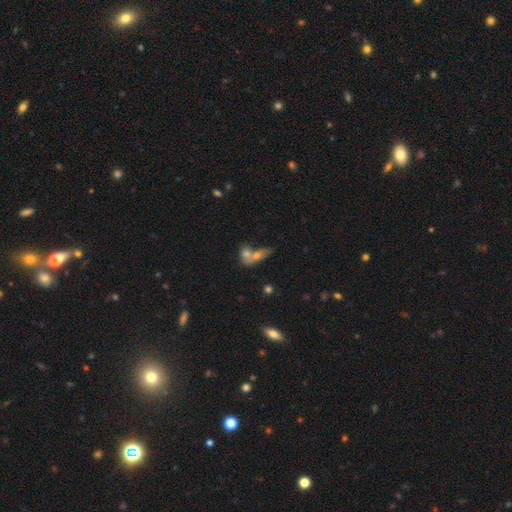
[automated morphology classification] Smooth or featured?
  - smooth: 51% *
  - featured or disk: 26%
  - star or artifact: 22%
How rounded?
  - in between: 57% *
  - round: 28%
  - cigar-shaped: 15%
Merging?
  - merger: 49% *
  - none: 35%
  - minor disturbance: 9%
  - major disturbance: 7%